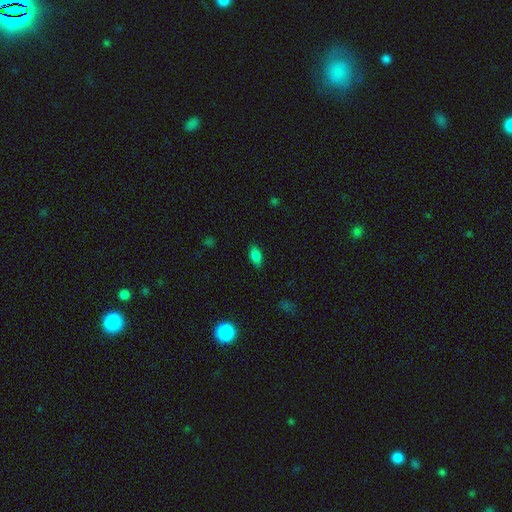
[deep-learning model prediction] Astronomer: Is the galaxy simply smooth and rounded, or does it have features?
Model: smooth — 81%.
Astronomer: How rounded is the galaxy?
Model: in between — 89%.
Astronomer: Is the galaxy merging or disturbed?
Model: none — 83%.